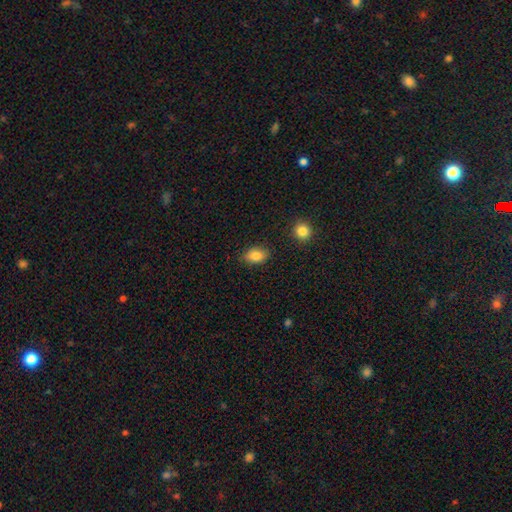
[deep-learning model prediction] Smooth or featured? Predicted: smooth (p=0.84). How rounded? Predicted: in between (p=0.80). Merging? Predicted: none (p=0.82).